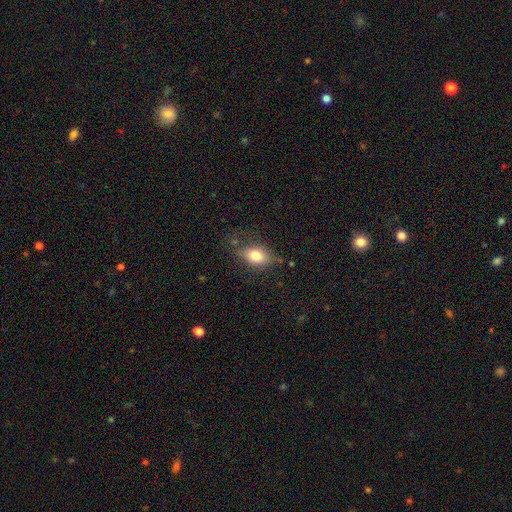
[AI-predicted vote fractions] Q: Smooth or featured?
A: smooth (76%); runner-up: featured or disk (15%)
Q: How rounded?
A: in between (82%); runner-up: round (13%)
Q: Merging?
A: none (65%); runner-up: minor disturbance (23%)